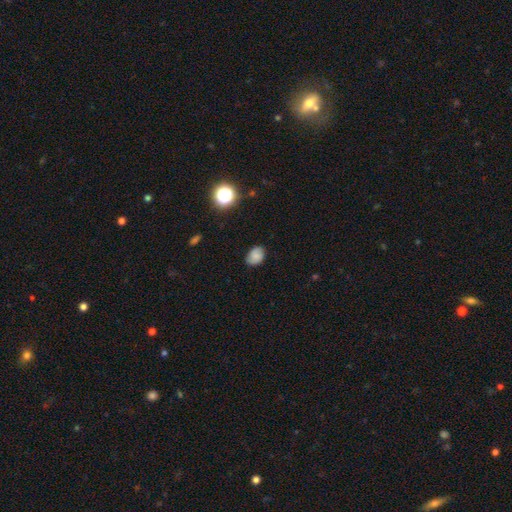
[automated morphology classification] Smooth or featured: smooth — 77% (star or artifact — 12%)
How rounded: in between — 66% (round — 33%)
Merging: none — 78% (minor disturbance — 18%)